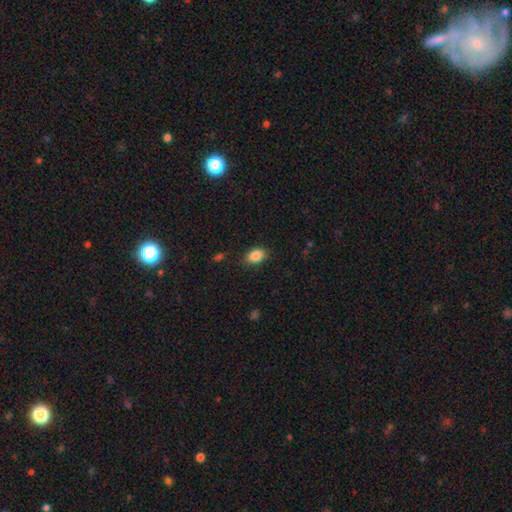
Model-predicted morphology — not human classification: Q: Smooth or featured?
A: smooth (87%); runner-up: star or artifact (8%)
Q: How rounded?
A: in between (82%); runner-up: round (17%)
Q: Merging?
A: none (84%); runner-up: minor disturbance (12%)